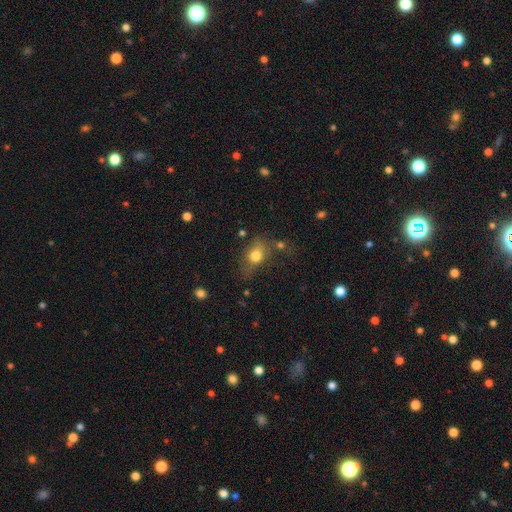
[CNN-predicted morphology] type=smooth (74%); roundness=in between (64%); merging=none (58%).